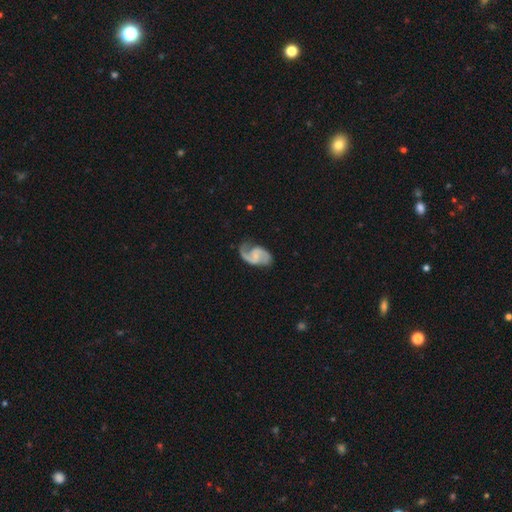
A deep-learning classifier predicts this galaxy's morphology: Smooth or featured? Predicted: featured or disk (p=0.87). Edge-on disk? Predicted: no (p=0.98). Bar? Predicted: weak (p=0.46). Spiral arms? Predicted: yes (p=0.97). Spiral winding? Predicted: medium (p=0.52). Spiral arm count? Predicted: 2 (p=0.90). Bulge size? Predicted: small (p=0.47). Merging? Predicted: none (p=0.71).